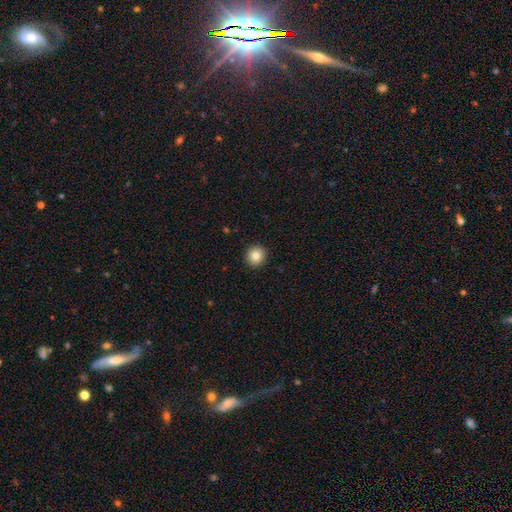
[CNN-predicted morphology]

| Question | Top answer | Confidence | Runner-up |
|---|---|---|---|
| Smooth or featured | smooth | 83% | star or artifact (10%) |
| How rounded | round | 91% | in between (8%) |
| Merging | none | 92% | minor disturbance (5%) |